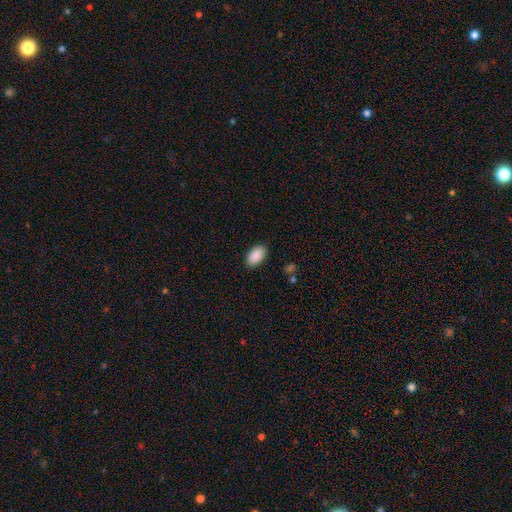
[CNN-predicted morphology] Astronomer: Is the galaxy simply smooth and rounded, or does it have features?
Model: smooth — 90%.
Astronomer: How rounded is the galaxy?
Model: in between — 95%.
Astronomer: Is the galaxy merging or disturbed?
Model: none — 88%.